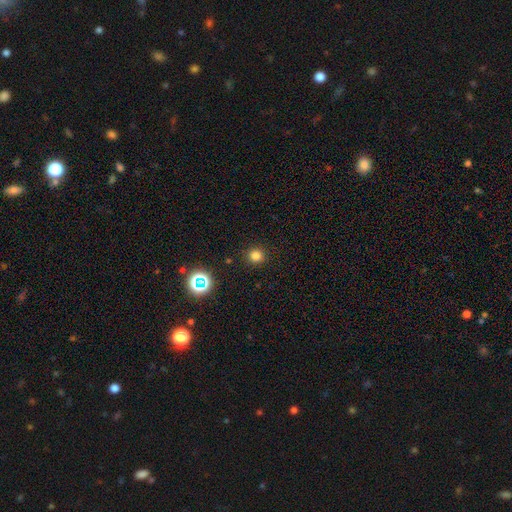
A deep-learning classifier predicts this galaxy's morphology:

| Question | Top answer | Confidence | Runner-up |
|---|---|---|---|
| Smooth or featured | smooth | 78% | star or artifact (18%) |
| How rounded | round | 93% | in between (6%) |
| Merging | none | 91% | minor disturbance (5%) |